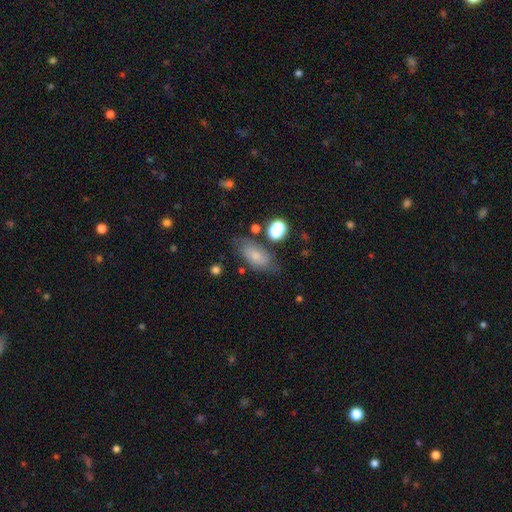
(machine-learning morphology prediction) Smooth or featured: smooth — 63% (featured or disk — 26%)
How rounded: in between — 86% (round — 8%)
Merging: none — 60% (minor disturbance — 25%)